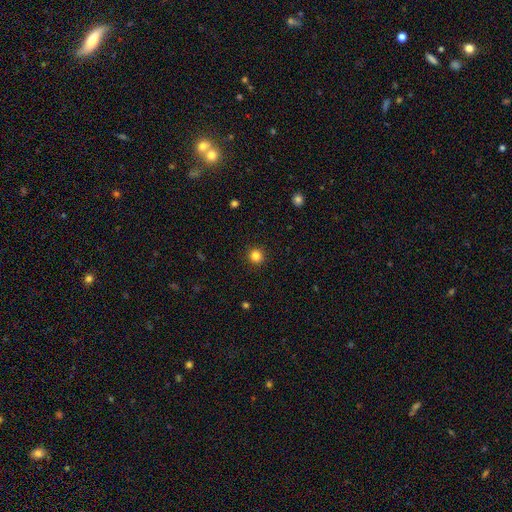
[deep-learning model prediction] Morphology: type=smooth (84%); roundness=round (94%); merging=none (93%).